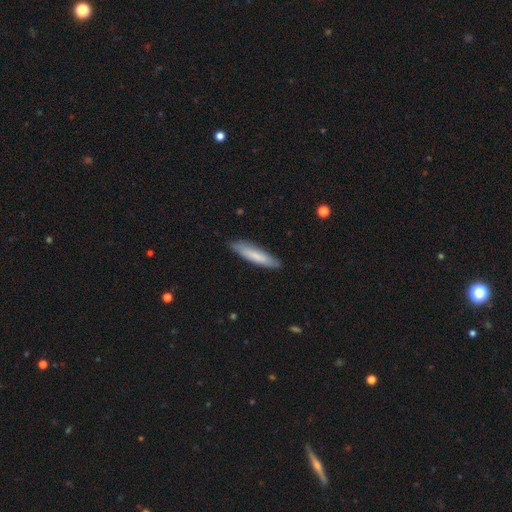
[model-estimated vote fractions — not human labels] The model was most divided on "smooth or featured": smooth: 76%, featured or disk: 19%, star or artifact: 5%. More confident: merging — none (86%); how rounded — cigar-shaped (81%).